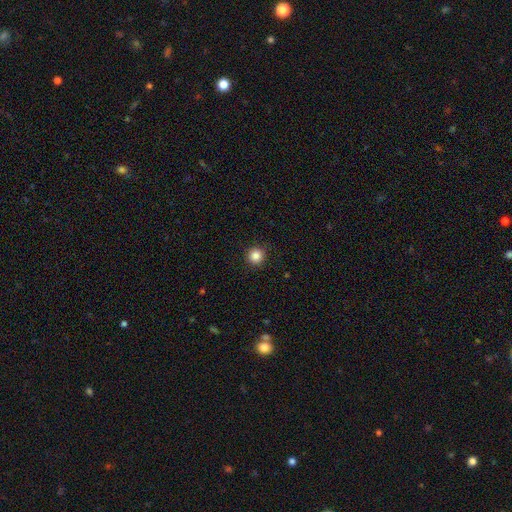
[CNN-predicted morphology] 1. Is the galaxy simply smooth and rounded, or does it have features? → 85% smooth, 11% star or artifact, 4% featured or disk.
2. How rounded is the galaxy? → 95% round, 4% in between, 1% cigar-shaped.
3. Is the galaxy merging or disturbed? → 92% none, 5% minor disturbance, 2% major disturbance, 1% merger.